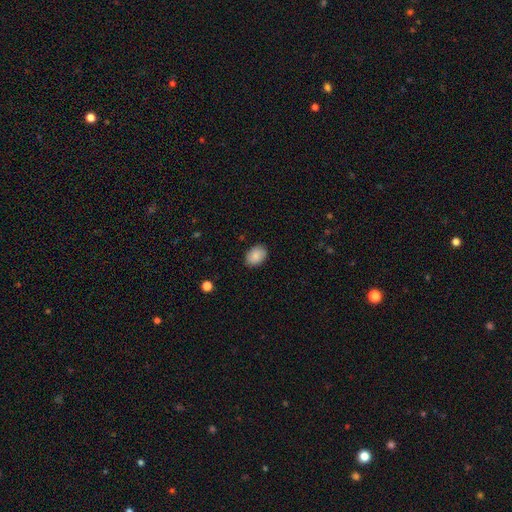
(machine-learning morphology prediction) Q: Smooth or featured?
A: smooth (87%); runner-up: star or artifact (7%)
Q: How rounded?
A: in between (80%); runner-up: round (19%)
Q: Merging?
A: none (87%); runner-up: minor disturbance (10%)